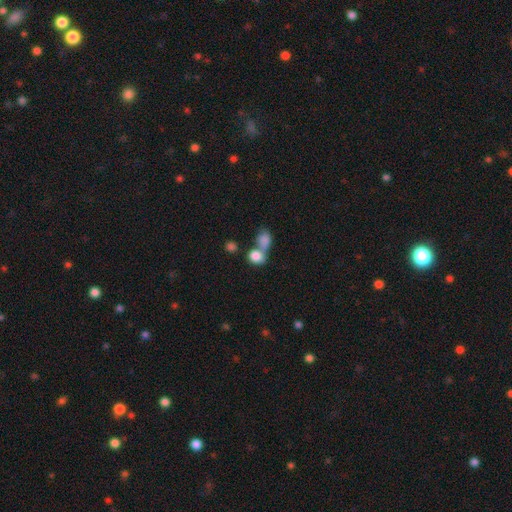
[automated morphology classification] Smooth or featured?
  - smooth: 82% *
  - featured or disk: 9%
  - star or artifact: 9%
How rounded?
  - round: 50% *
  - in between: 48%
  - cigar-shaped: 2%
Merging?
  - merger: 56% *
  - none: 30%
  - minor disturbance: 9%
  - major disturbance: 5%